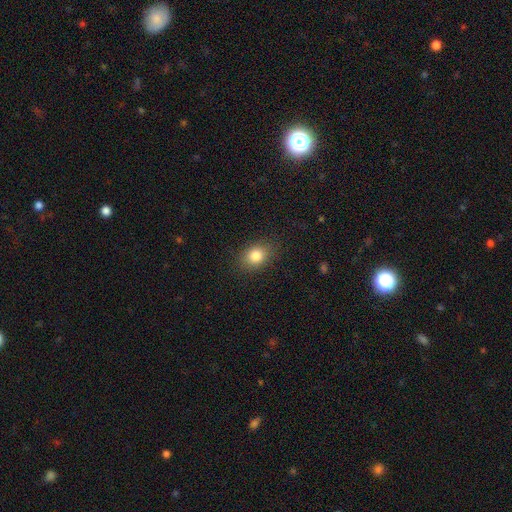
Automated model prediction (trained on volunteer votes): This appears to be a smooth galaxy with no disk features (83%) that is in between round and cigar-shaped (61%). Merging: none (85%).